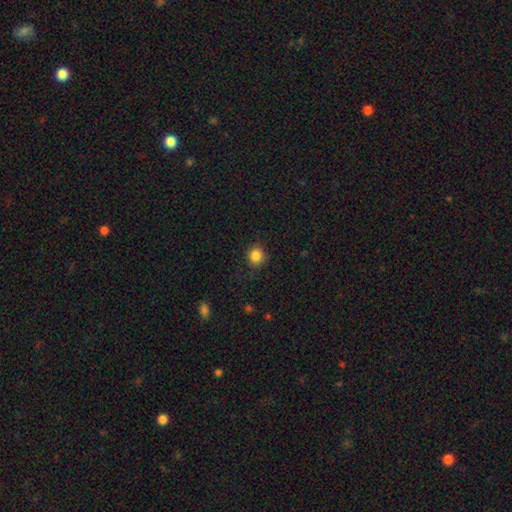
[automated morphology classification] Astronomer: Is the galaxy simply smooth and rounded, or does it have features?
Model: smooth — 85%.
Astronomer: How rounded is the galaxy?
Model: round — 90%.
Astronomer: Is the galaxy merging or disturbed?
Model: none — 86%.